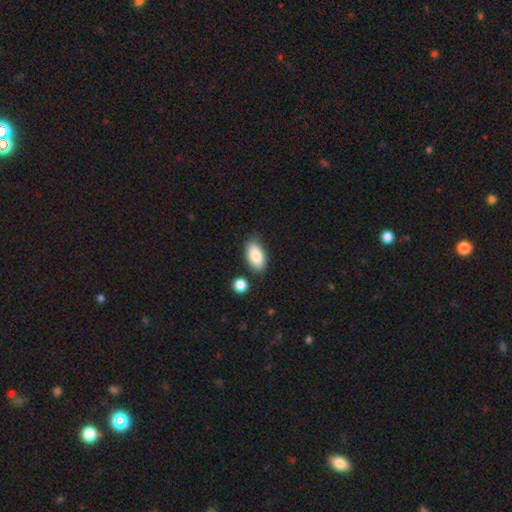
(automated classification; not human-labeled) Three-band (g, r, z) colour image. It shows a smooth galaxy with no disk features (84%) that is in between round and cigar-shaped (92%). Merging: none (80%).